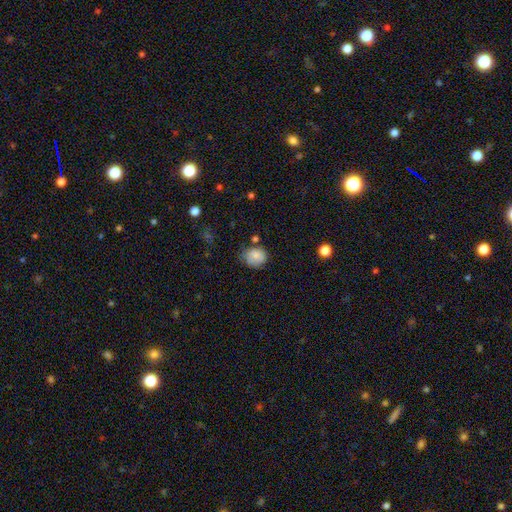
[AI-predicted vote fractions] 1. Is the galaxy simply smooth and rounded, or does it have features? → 77% smooth, 14% featured or disk, 9% star or artifact.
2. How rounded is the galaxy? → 64% round, 35% in between, 1% cigar-shaped.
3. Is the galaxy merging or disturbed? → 61% none, 27% minor disturbance, 7% major disturbance, 5% merger.